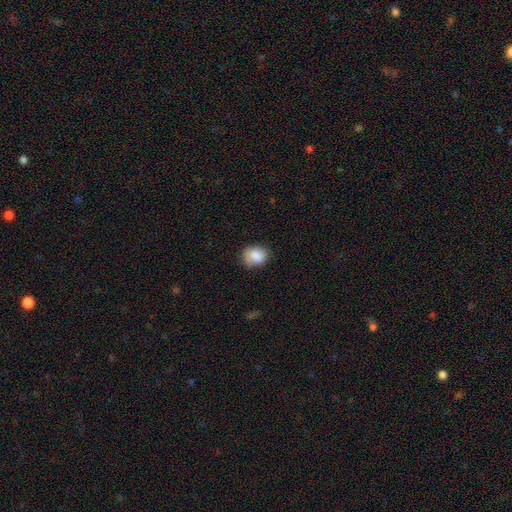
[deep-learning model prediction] A smooth galaxy with no disk features (84%) that is round (56%). Merging: none (70%).